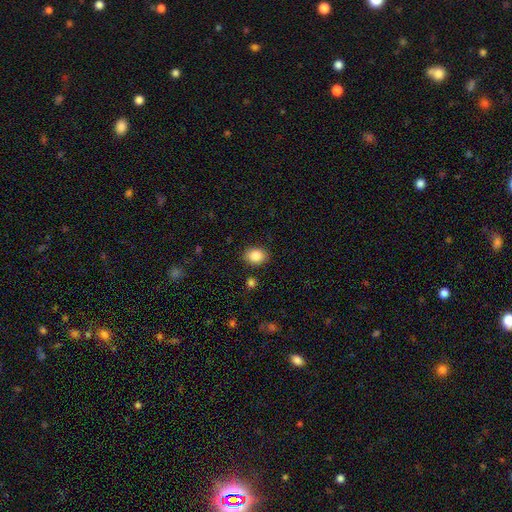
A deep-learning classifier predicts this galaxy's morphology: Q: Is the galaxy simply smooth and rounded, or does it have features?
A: smooth — 86%.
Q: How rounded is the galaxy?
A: in between — 57%.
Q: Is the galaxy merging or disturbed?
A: none — 86%.